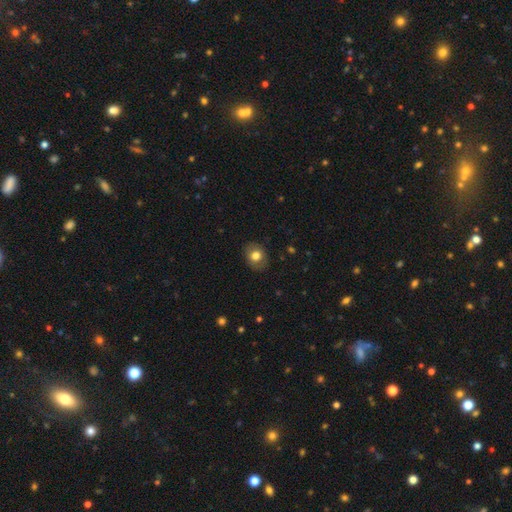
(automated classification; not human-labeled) Smooth or featured? Predicted: smooth (p=0.75). How rounded? Predicted: round (p=0.57). Merging? Predicted: none (p=0.84).